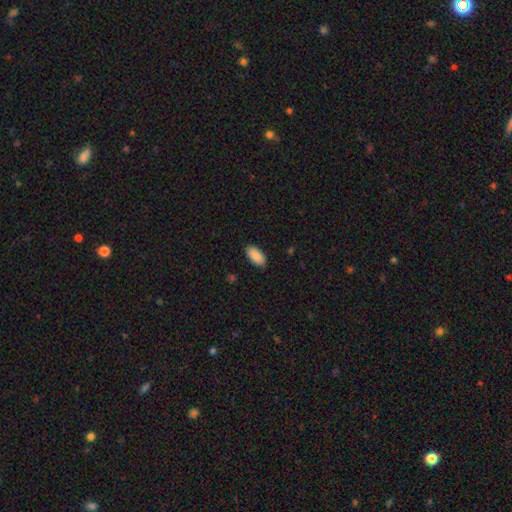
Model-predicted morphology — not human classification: The model was most divided on "merging": none: 88%, minor disturbance: 9%, major disturbance: 2%, merger: 1%. More confident: how rounded — in between (92%); smooth or featured — smooth (90%).